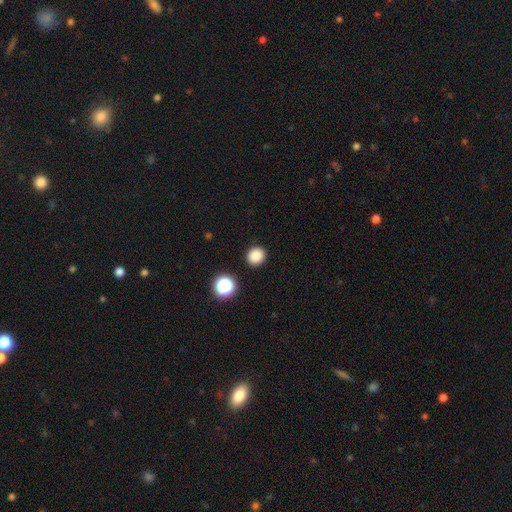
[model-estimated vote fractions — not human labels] Smooth or featured: smooth — 85% (star or artifact — 12%)
How rounded: round — 80% (in between — 20%)
Merging: none — 90% (minor disturbance — 6%)